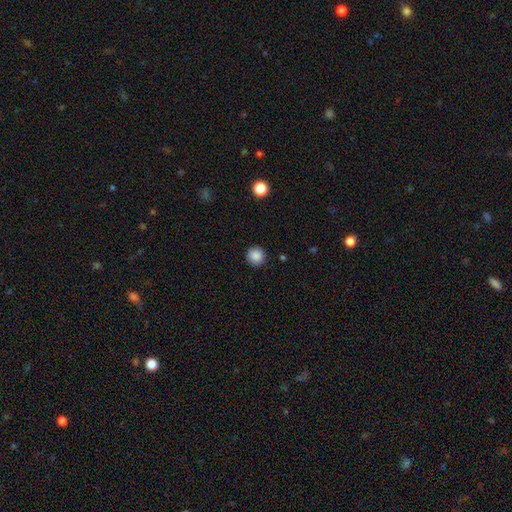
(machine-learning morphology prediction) A smooth galaxy with no disk features (87%) that is round (94%).

Vote fractions:
- Smooth or featured? smooth: 87% / star or artifact: 10% / featured or disk: 3%
- How rounded? round: 94% / in between: 5% / cigar-shaped: 1%
- Merging? none: 91% / minor disturbance: 6% / major disturbance: 2% / merger: 1%